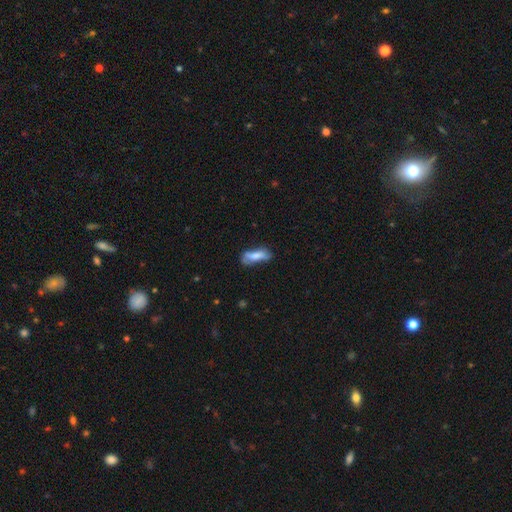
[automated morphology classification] smooth-or-featured: smooth: 64% | featured or disk: 28% | star or artifact: 8%
  how-rounded: in between: 56% | cigar-shaped: 41% | round: 2%
  merging: none: 47% | minor disturbance: 30% | major disturbance: 17% | merger: 6%